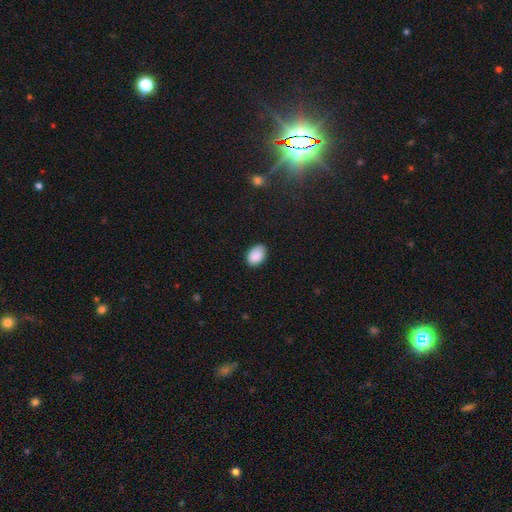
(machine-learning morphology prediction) The model was most divided on "merging": none: 83%, minor disturbance: 14%, major disturbance: 2%, merger: 1%. More confident: smooth or featured — smooth (90%); how rounded — in between (85%).